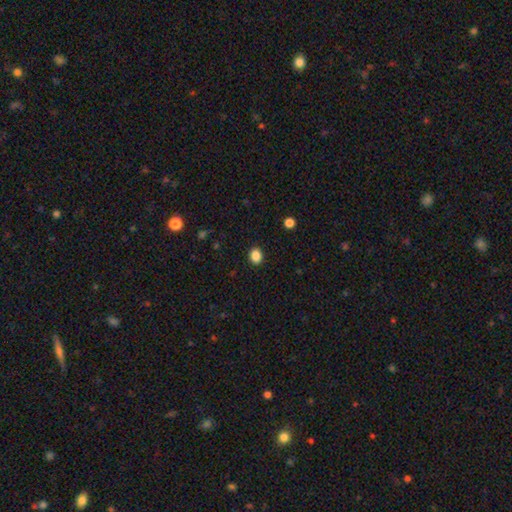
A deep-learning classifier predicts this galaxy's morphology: Smooth or featured? Predicted: smooth (p=0.87). How rounded? Predicted: in between (p=0.50). Merging? Predicted: none (p=0.91).